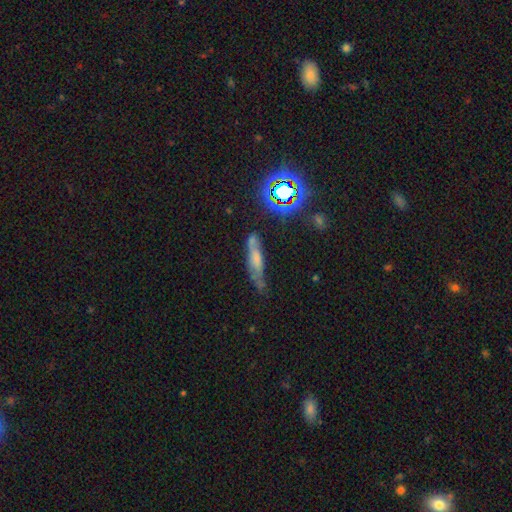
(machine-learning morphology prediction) smooth_or_featured: featured or disk (p=0.36) [alt: star or artifact p=0.34]
merging: none (p=0.64) [alt: minor disturbance p=0.21]